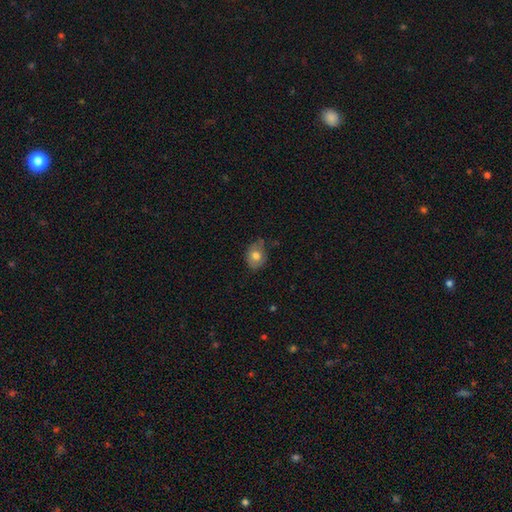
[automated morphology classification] Q: Smooth or featured?
A: smooth (73%); runner-up: featured or disk (18%)
Q: How rounded?
A: in between (57%); runner-up: round (41%)
Q: Merging?
A: none (59%); runner-up: minor disturbance (32%)